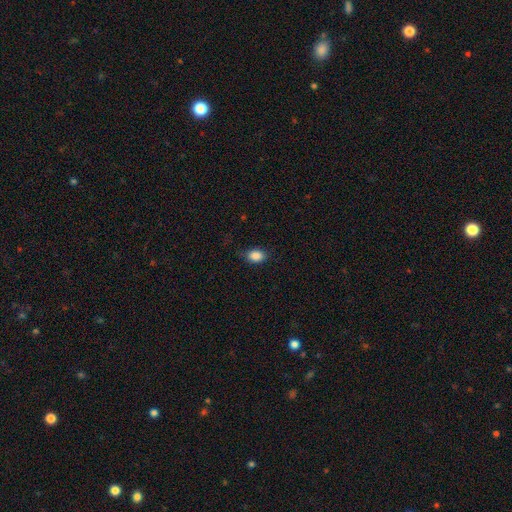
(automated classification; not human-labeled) Overall: smooth (87%). How rounded: in between (74%). Merging: none (78%).